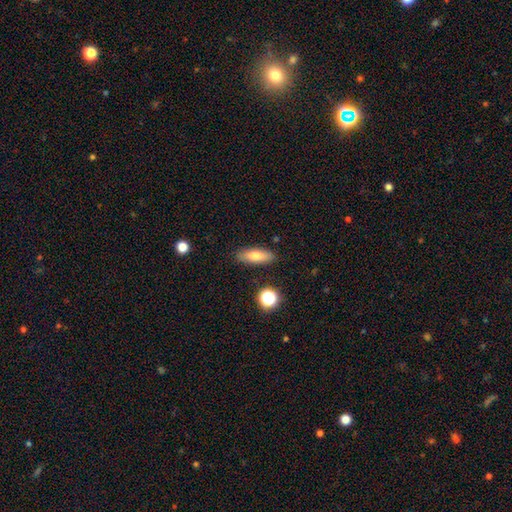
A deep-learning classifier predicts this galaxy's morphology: smooth_or_featured: smooth (p=0.77) [alt: featured or disk p=0.15]
how_rounded: in between (p=0.60) [alt: cigar-shaped p=0.37]
merging: none (p=0.86) [alt: minor disturbance p=0.10]